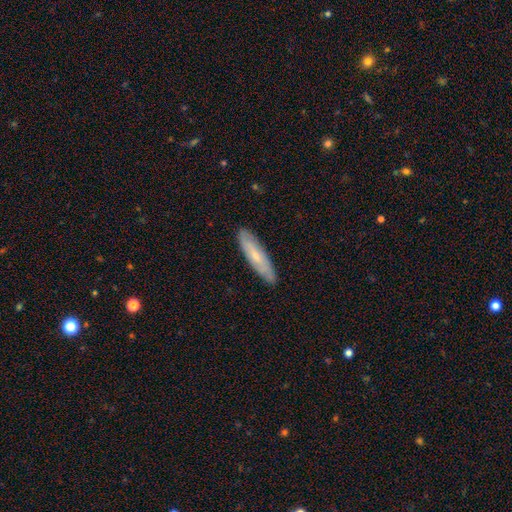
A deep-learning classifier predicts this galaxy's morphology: Smooth or featured? Predicted: smooth (p=0.54). How rounded? Predicted: cigar-shaped (p=0.74). Merging? Predicted: none (p=0.86).